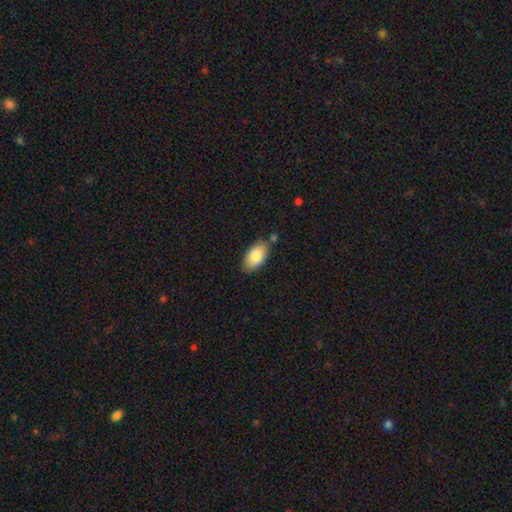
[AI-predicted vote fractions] The model was most divided on "merging": none: 77%, minor disturbance: 14%, merger: 6%, major disturbance: 3%. More confident: how rounded — in between (94%); smooth or featured — smooth (83%).